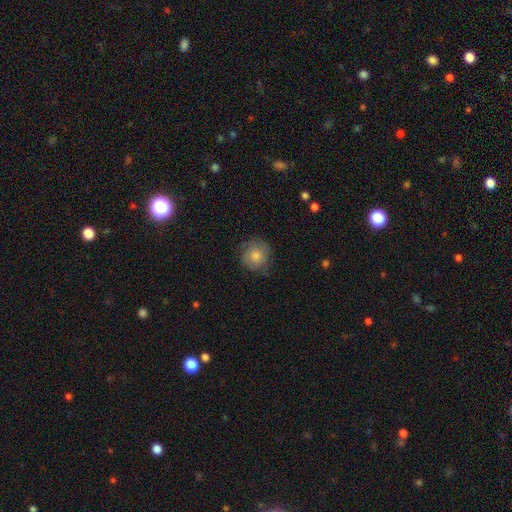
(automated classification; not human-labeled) A smooth galaxy with no disk features (74%) that is round (89%). Merging: none (70%).